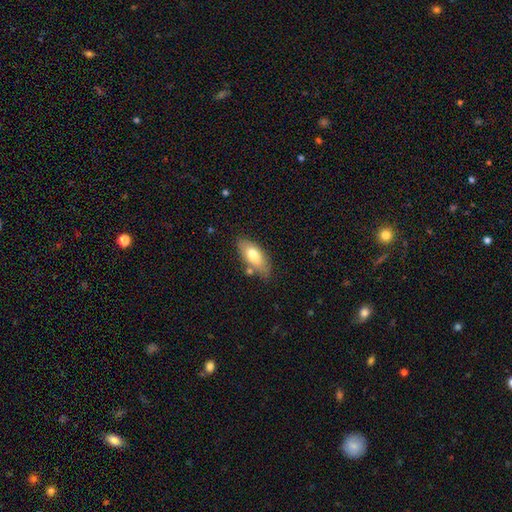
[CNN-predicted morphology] smooth-or-featured: smooth: 73% | featured or disk: 21% | star or artifact: 6%
  how-rounded: in between: 82% | cigar-shaped: 15% | round: 2%
  merging: none: 72% | minor disturbance: 18% | merger: 6% | major disturbance: 4%